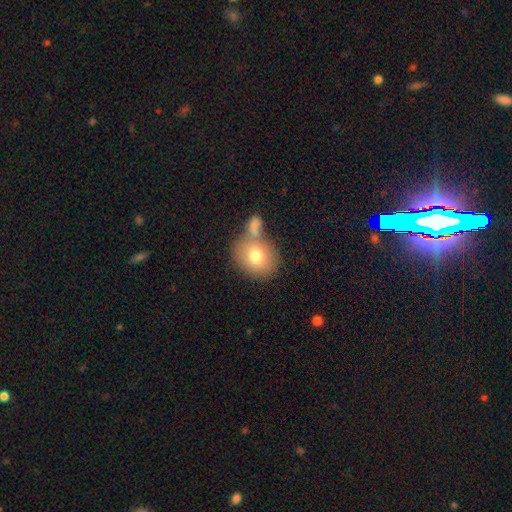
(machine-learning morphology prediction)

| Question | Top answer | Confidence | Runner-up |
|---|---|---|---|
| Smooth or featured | smooth | 75% | featured or disk (17%) |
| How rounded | round | 64% | in between (35%) |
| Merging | none | 51% | merger (31%) |